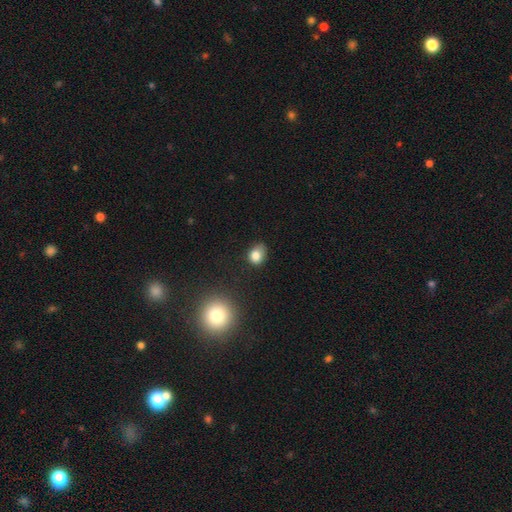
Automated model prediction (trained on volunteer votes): smooth 81%, star or artifact 11%, featured or disk 8%. Down the decision tree: how rounded — round (51%); merging — none (55%).